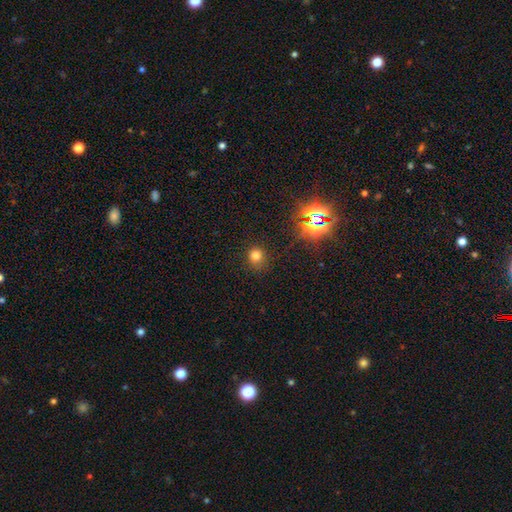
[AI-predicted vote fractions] Q: Smooth or featured?
A: smooth (72%); runner-up: star or artifact (21%)
Q: How rounded?
A: round (85%); runner-up: in between (14%)
Q: Merging?
A: none (83%); runner-up: minor disturbance (11%)